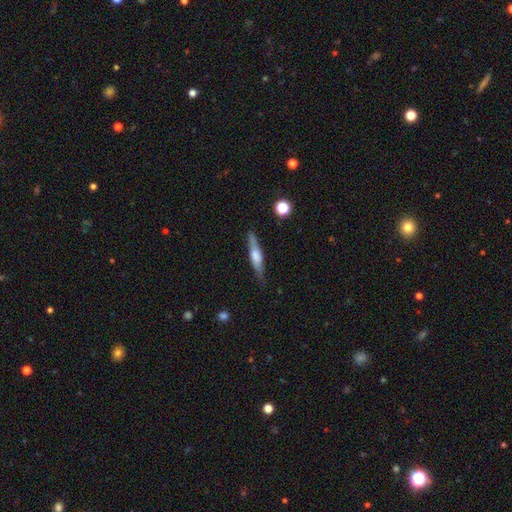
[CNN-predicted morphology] type=featured or disk (54%); edge-on=yes (93%); merging=none (83%).